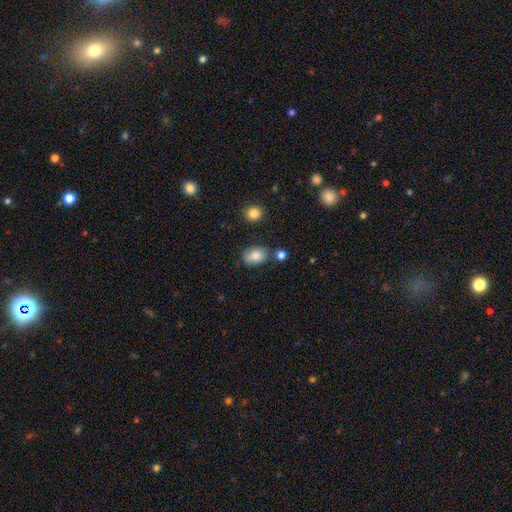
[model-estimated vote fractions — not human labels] The model was most divided on "merging": none: 72%, minor disturbance: 17%, merger: 7%, major disturbance: 4%. More confident: smooth or featured — smooth (84%); how rounded — in between (79%).